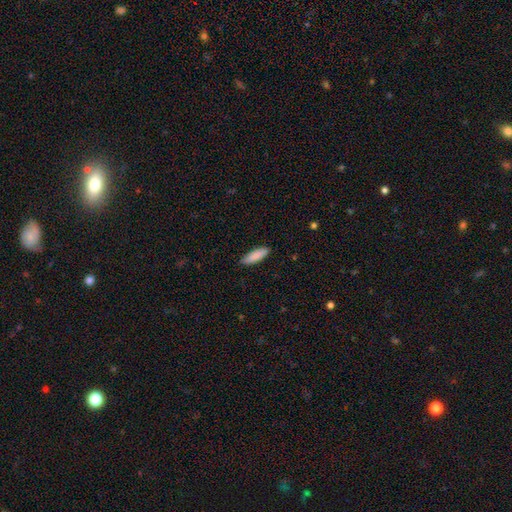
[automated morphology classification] smooth 87%, featured or disk 7%, star or artifact 6%. Down the decision tree: how rounded — cigar-shaped (54%); merging — none (85%).